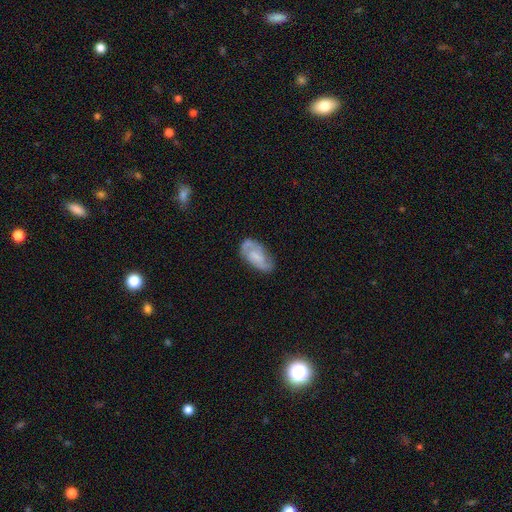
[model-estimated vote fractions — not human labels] Overall: featured or disk (63%; smooth 31%). Edge-on disk: no (95%). Bar: no (50%; weak 40%). Spiral arms: yes (87%). Spiral arm count: 2 (78%). Spiral winding: medium (46%; tight 30%). Bulge size: small (34%; none 31%). Merging: none (68%).